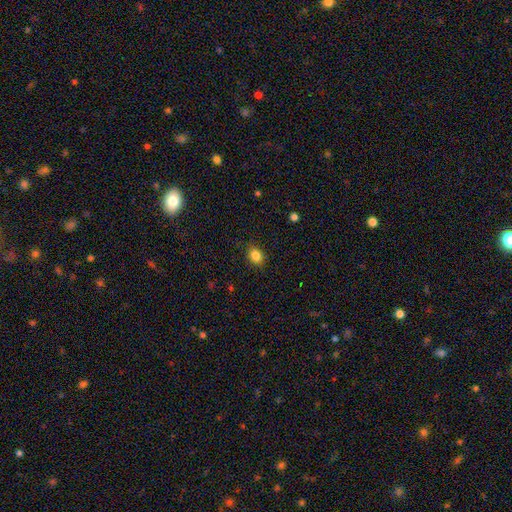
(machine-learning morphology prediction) This is clearly a smooth galaxy (84%). How rounded: possibly in between (50%). Merging: clearly none (88%).